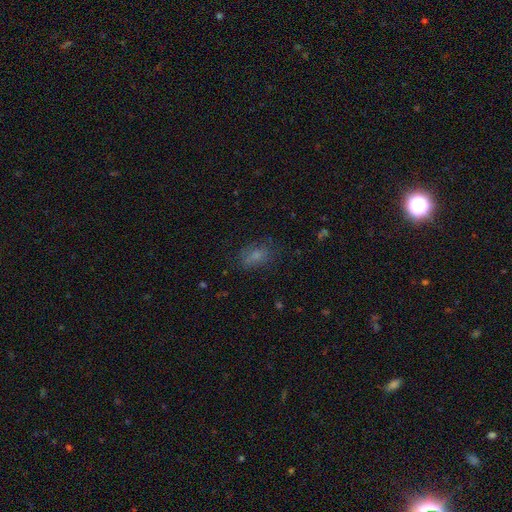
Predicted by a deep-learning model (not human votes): Morphology: type=smooth (70%); roundness=in between (81%); merging=none (64%).